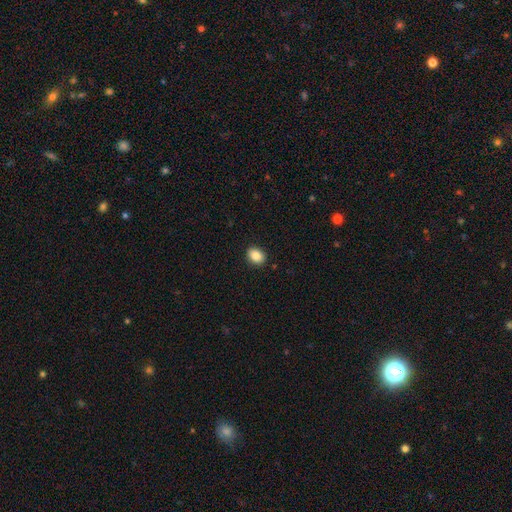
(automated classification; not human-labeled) Morphology: type=smooth (87%); roundness=in between (64%); merging=none (91%).